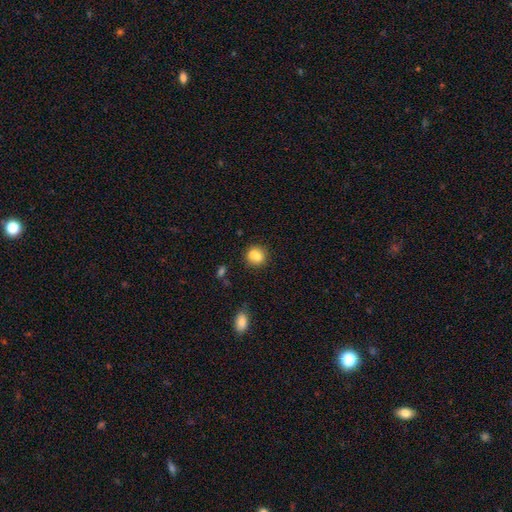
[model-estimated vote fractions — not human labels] Overall: smooth (73%). How rounded: round (81%). Merging: none (45%; merger 42%).